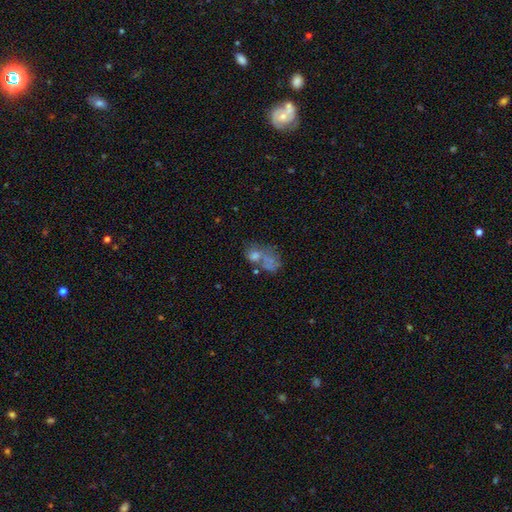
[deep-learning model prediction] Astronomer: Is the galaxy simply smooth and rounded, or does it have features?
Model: smooth — 46% (runner-up: featured or disk, 34%).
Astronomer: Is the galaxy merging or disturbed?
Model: merger — 36% (runner-up: none, 29%).